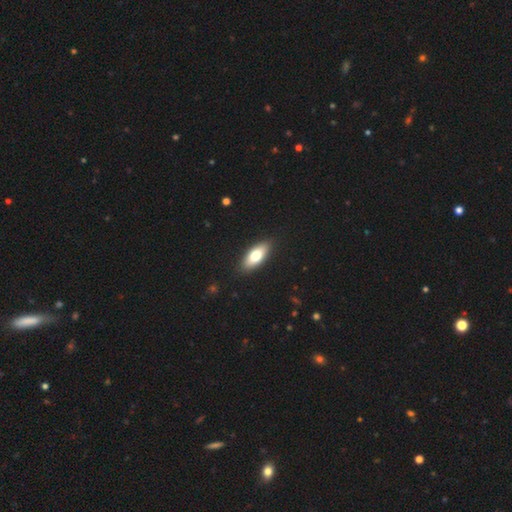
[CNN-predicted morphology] Q: Smooth or featured?
A: smooth (72%); runner-up: featured or disk (22%)
Q: How rounded?
A: in between (81%); runner-up: cigar-shaped (17%)
Q: Merging?
A: none (89%); runner-up: minor disturbance (8%)